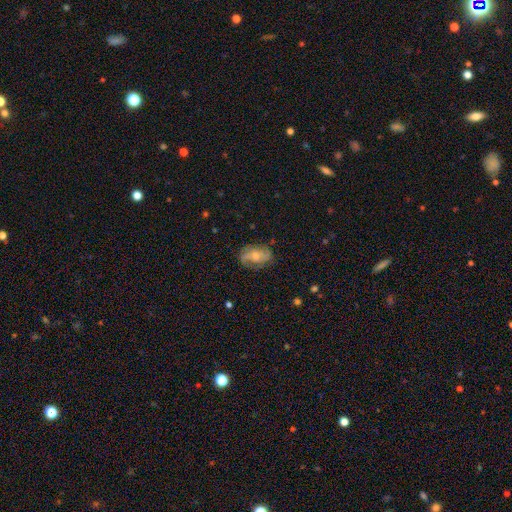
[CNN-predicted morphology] Smooth or featured: featured or disk — 53% (smooth — 39%)
Edge-on disk: no — 95% (yes — 5%)
Merging: none — 65% (minor disturbance — 22%)